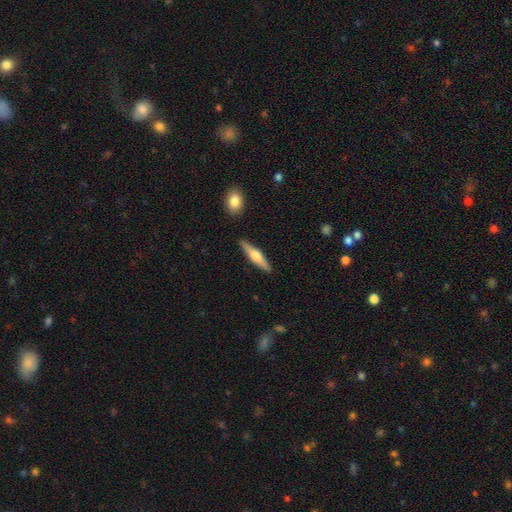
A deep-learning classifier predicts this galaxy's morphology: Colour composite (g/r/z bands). It shows a featured or disk galaxy (52%) viewed edge-on (95%). Merging: none (88%).